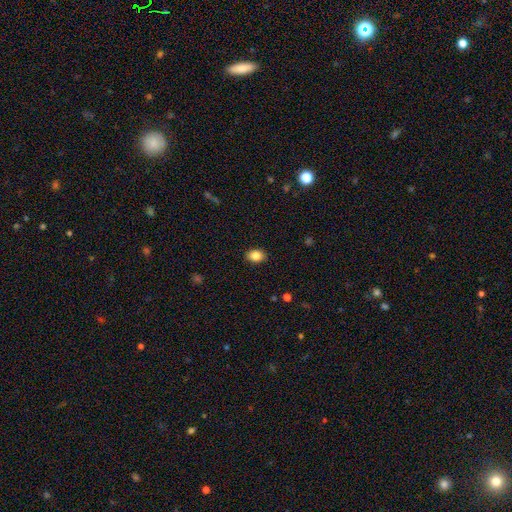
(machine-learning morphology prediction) A smooth galaxy with no disk features (85%) that is in between round and cigar-shaped (70%).

Vote fractions:
- Smooth or featured? smooth: 85% / star or artifact: 9% / featured or disk: 6%
- How rounded? in between: 70% / round: 29% / cigar-shaped: 1%
- Merging? none: 89% / minor disturbance: 8% / major disturbance: 2% / merger: 1%